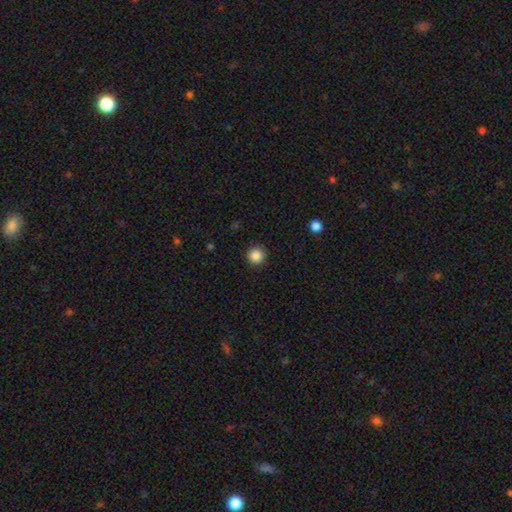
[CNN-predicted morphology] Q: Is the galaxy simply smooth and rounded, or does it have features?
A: smooth — 86%.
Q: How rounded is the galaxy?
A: round — 95%.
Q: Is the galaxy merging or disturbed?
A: none — 91%.